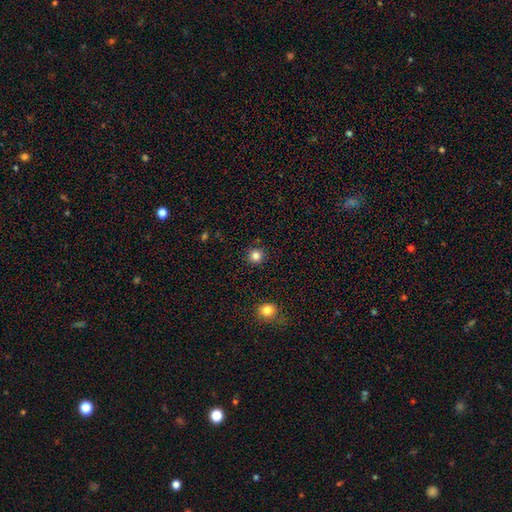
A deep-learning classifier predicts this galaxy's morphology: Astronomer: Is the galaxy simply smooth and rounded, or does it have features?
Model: smooth — 84%.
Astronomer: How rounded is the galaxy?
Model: round — 93%.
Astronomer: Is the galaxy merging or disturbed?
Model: none — 91%.